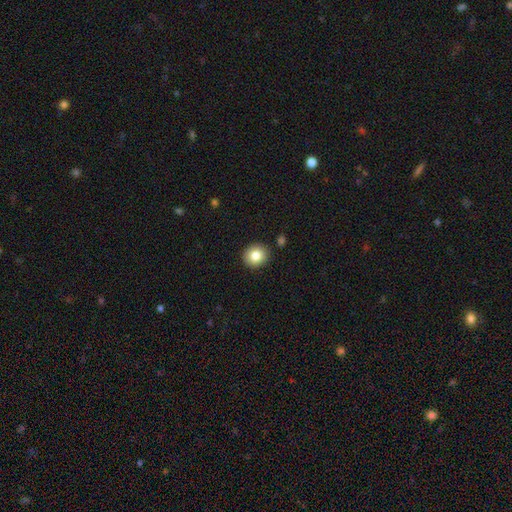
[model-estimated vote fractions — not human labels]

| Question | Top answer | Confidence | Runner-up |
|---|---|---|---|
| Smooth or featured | smooth | 83% | star or artifact (9%) |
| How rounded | round | 82% | in between (17%) |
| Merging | none | 90% | minor disturbance (7%) |